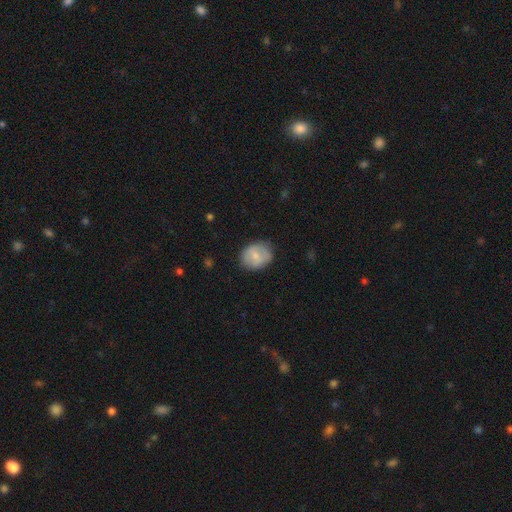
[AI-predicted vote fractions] Smooth or featured? smooth (67%)
How rounded? round (53%)
Merging? none (78%)